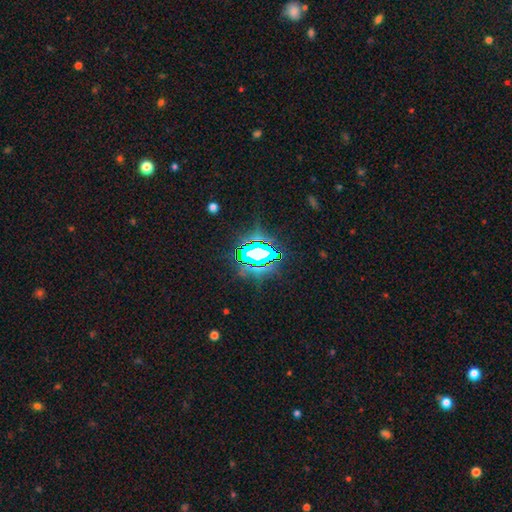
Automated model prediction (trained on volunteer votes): star or artifact 70%, smooth 16%, featured or disk 14%.